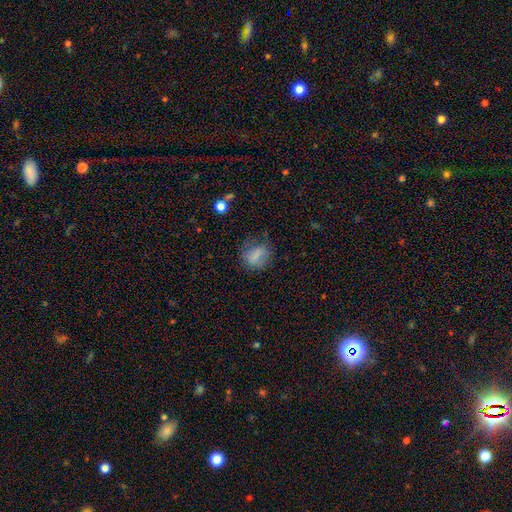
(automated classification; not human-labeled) Smooth or featured?
  - smooth: 73% *
  - featured or disk: 16%
  - star or artifact: 11%
How rounded?
  - round: 51% *
  - in between: 46%
  - cigar-shaped: 3%
Merging?
  - none: 59% *
  - minor disturbance: 24%
  - major disturbance: 14%
  - merger: 2%